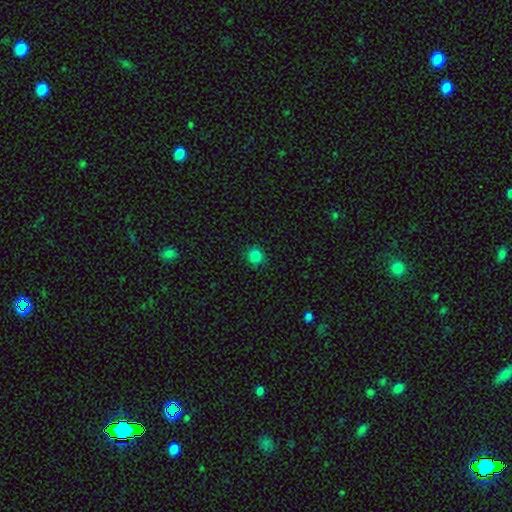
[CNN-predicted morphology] Q: Smooth or featured?
A: smooth (84%); runner-up: star or artifact (13%)
Q: How rounded?
A: round (90%); runner-up: in between (9%)
Q: Merging?
A: none (90%); runner-up: minor disturbance (7%)